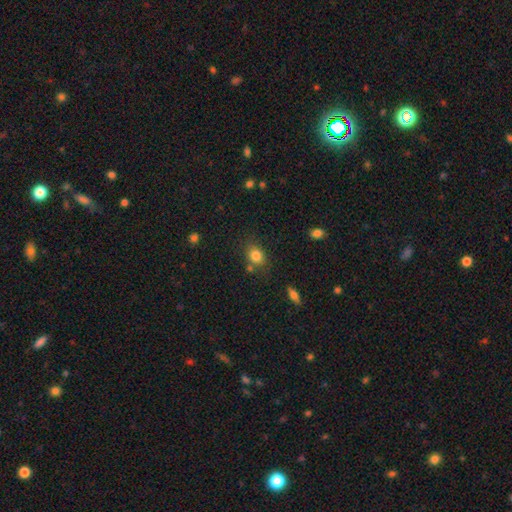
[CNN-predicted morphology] This appears to be a smooth galaxy with no disk features (81%) that is round (51%). Merging: none (71%).